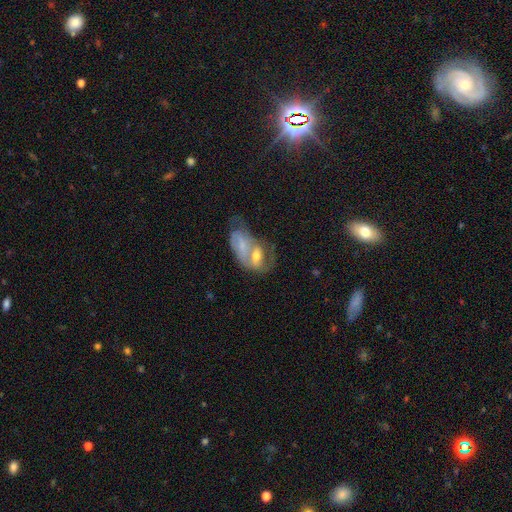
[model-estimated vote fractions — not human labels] A featured or disk galaxy (63%) with no bar (52%), spiral arms (66%) and a small central bulge (44%).

Vote fractions:
- Smooth or featured? featured or disk: 63% / smooth: 21% / star or artifact: 16%
- Edge-on disk? no: 93% / yes: 7%
- Bar? no: 52% / weak: 35% / strong: 14%
- Spiral arms? yes: 66% / no: 34%
- Bulge size? small: 44% / moderate: 43% / none: 7% / large: 4% / dominant: 2%
- Merging? merger: 41% / none: 30% / minor disturbance: 15% / major disturbance: 14%